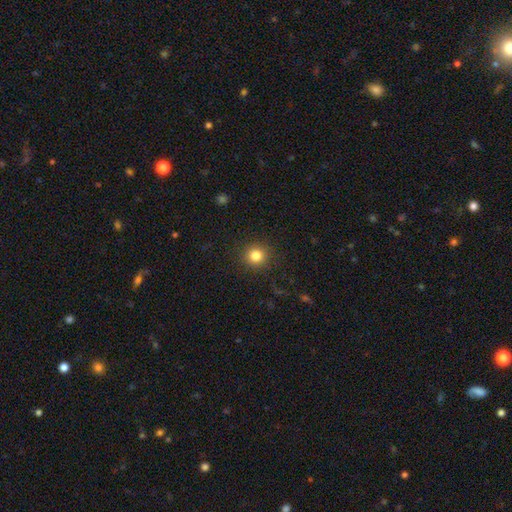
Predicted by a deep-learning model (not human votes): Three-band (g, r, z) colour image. It shows a smooth galaxy with no disk features (82%) that is round (92%). Merging: none (91%).